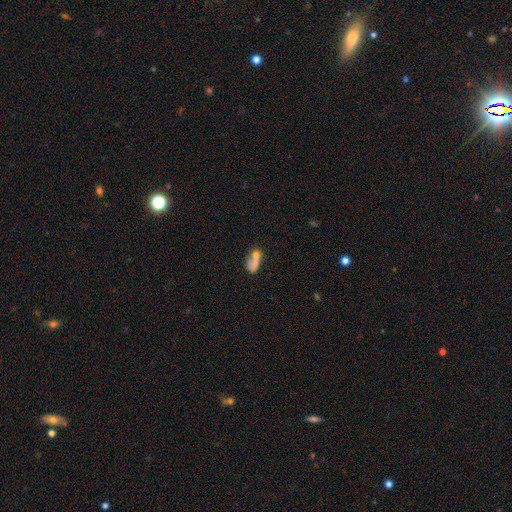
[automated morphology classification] Q: Smooth or featured?
A: smooth (58%); runner-up: star or artifact (24%)
Q: How rounded?
A: in between (68%); runner-up: round (19%)
Q: Merging?
A: none (52%); runner-up: merger (27%)